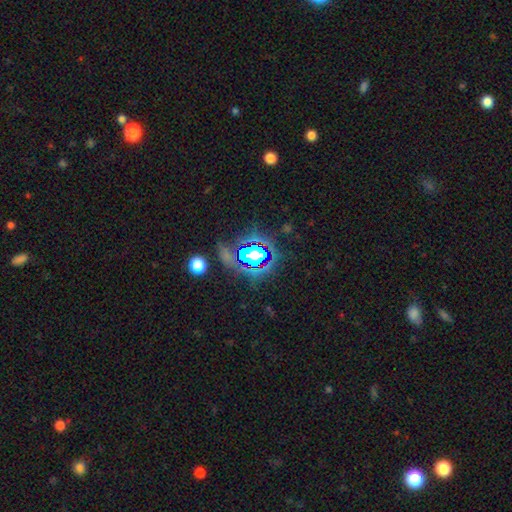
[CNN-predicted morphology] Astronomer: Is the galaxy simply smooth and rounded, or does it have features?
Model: star or artifact — 80%.